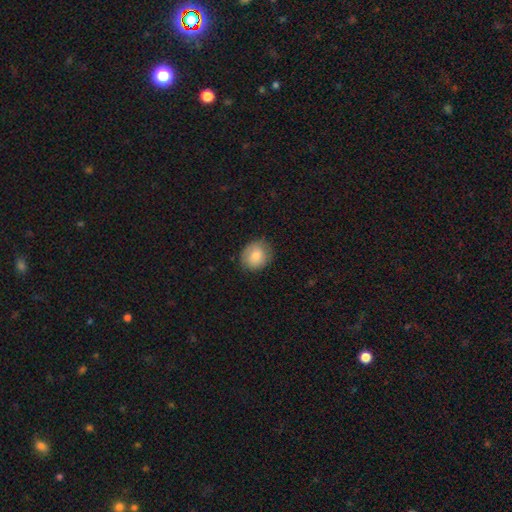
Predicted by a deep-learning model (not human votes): A smooth galaxy with no disk features (81%) that is round (71%).

Vote fractions:
- Smooth or featured? smooth: 81% / featured or disk: 12% / star or artifact: 7%
- How rounded? round: 71% / in between: 28% / cigar-shaped: 1%
- Merging? none: 81% / minor disturbance: 15% / major disturbance: 3% / merger: 1%